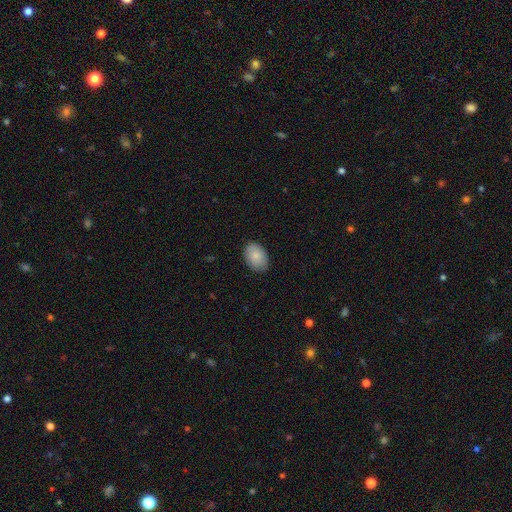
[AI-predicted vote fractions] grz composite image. It shows a smooth galaxy with no disk features (87%) that is in between round and cigar-shaped (85%). Merging: none (87%).